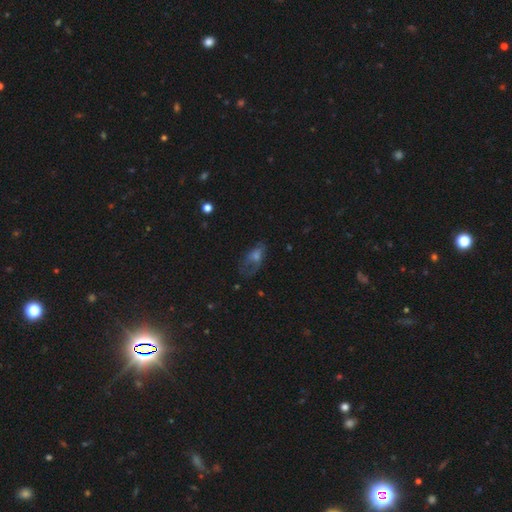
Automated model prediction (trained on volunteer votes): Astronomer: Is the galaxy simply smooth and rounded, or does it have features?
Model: smooth — 43% (runner-up: featured or disk, 35%).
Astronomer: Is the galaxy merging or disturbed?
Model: none — 46% (runner-up: major disturbance, 27%).